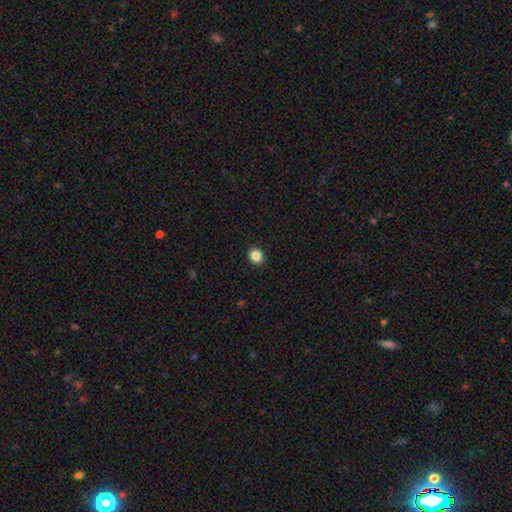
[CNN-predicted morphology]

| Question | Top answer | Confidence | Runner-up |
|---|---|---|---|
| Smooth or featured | smooth | 86% | star or artifact (10%) |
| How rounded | round | 59% | in between (40%) |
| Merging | none | 92% | minor disturbance (6%) |